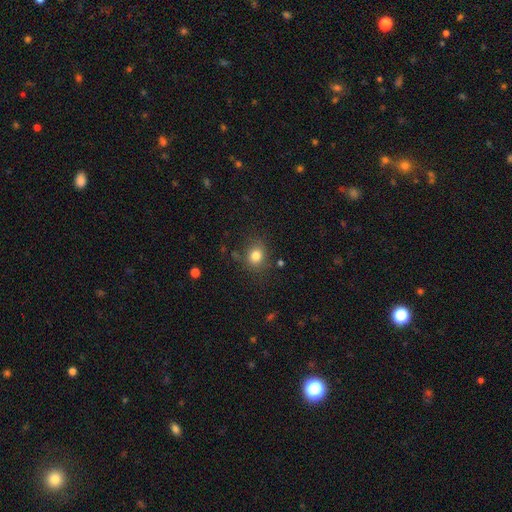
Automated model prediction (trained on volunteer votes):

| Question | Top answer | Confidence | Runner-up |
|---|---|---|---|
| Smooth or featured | smooth | 81% | star or artifact (12%) |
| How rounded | round | 69% | in between (30%) |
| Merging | none | 79% | minor disturbance (13%) |